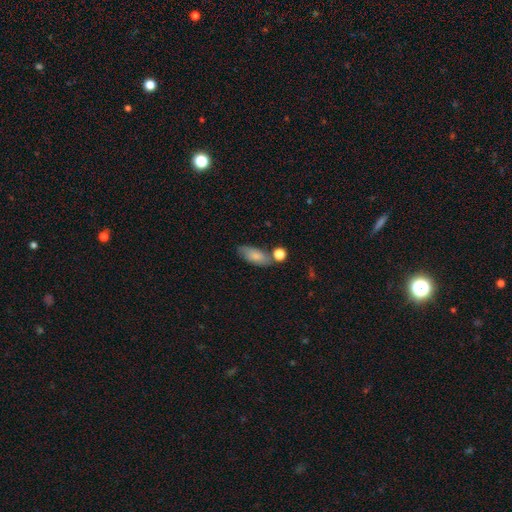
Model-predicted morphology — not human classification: Smooth or featured: smooth — 78% (featured or disk — 15%)
How rounded: in between — 82% (cigar-shaped — 13%)
Merging: none — 59% (minor disturbance — 20%)